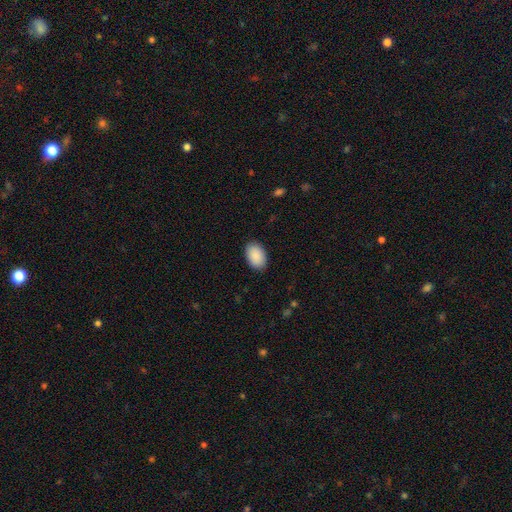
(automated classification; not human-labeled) This is clearly a smooth galaxy (91%). How rounded: clearly in between (92%). Merging: clearly none (89%).